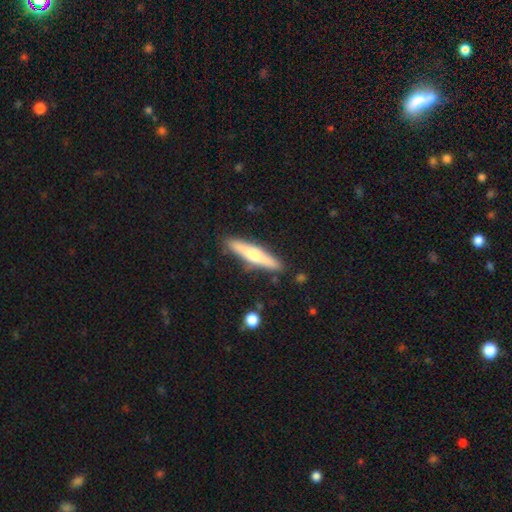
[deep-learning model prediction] The model was most divided on "smooth or featured": featured or disk: 49%, smooth: 45%, star or artifact: 6%. More confident: merging — none (86%).